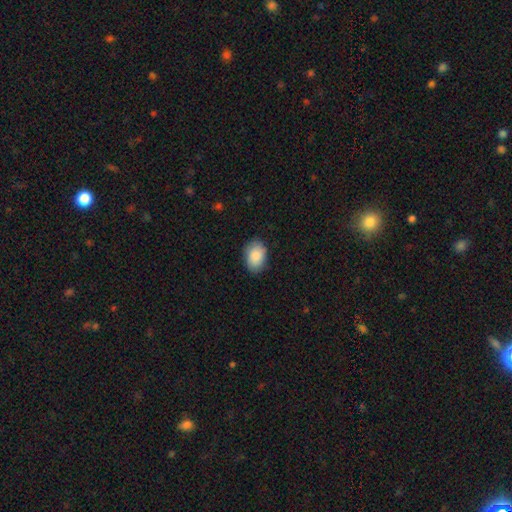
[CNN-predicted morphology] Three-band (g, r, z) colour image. It shows a smooth galaxy with no disk features (88%) that is in between round and cigar-shaped (83%). Merging: none (83%).